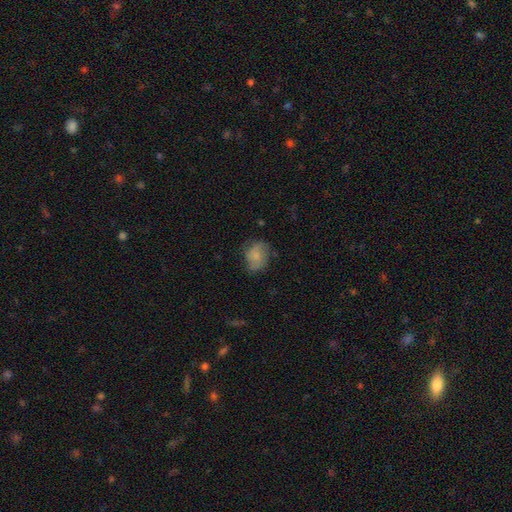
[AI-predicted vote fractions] A smooth galaxy with no disk features (68%) that is in between round and cigar-shaped (59%).

Vote fractions:
- Smooth or featured? smooth: 68% / featured or disk: 24% / star or artifact: 9%
- How rounded? in between: 59% / round: 40% / cigar-shaped: 1%
- Merging? none: 59% / minor disturbance: 28% / major disturbance: 11% / merger: 2%